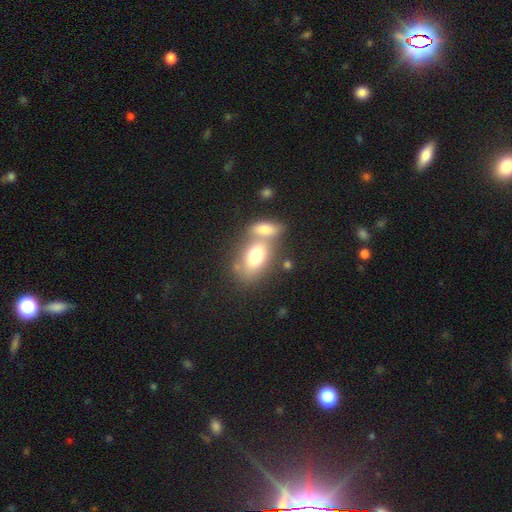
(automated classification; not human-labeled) smooth 74%, featured or disk 19%, star or artifact 7%. Down the decision tree: how rounded — in between (87%); merging — merger (49%).